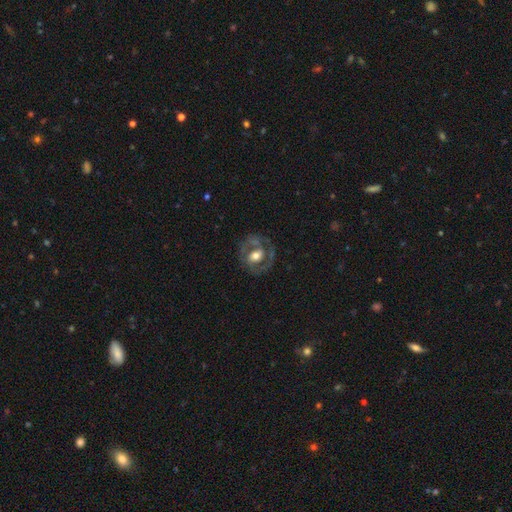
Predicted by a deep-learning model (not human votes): Smooth or featured: featured or disk — 71% (smooth — 23%)
Edge-on disk: no — 96% (yes — 4%)
Bar: no — 50% (weak — 33%)
Spiral arms: yes — 65% (no — 35%)
Bulge size: moderate — 63% (large — 24%)
Merging: none — 71% (minor disturbance — 16%)